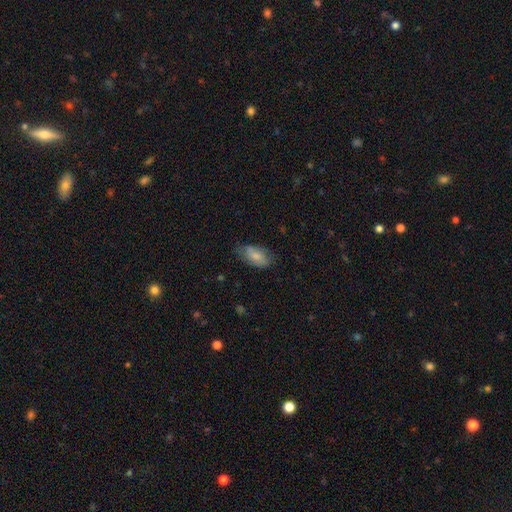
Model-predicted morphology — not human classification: This appears to be a smooth galaxy with no disk features (78%) that is in between round and cigar-shaped (92%). Merging: none (63%).